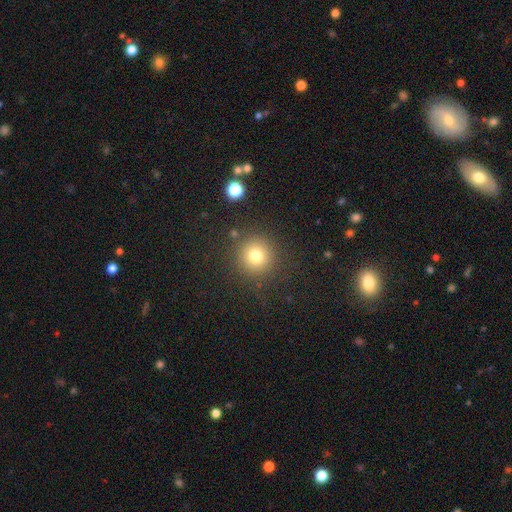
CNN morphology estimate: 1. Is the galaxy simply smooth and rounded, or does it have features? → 77% smooth, 14% star or artifact, 8% featured or disk.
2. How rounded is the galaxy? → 94% round, 5% in between, 1% cigar-shaped.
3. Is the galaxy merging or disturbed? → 87% none, 7% minor disturbance, 3% major disturbance, 2% merger.